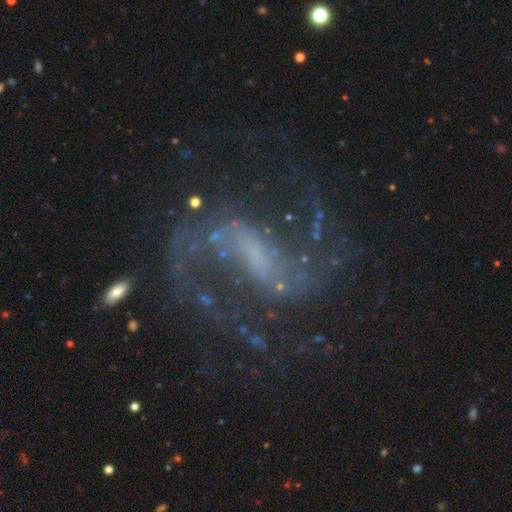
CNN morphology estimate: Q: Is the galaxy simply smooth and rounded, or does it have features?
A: featured or disk — 89%.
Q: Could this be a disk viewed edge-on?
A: no — 98%.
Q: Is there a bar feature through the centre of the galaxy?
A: weak — 46%.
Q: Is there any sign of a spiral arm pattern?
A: yes — 97%.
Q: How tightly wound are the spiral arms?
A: medium — 46%.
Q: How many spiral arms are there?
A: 2 — 87%.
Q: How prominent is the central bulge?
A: none — 49%.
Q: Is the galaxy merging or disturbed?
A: none — 68%.